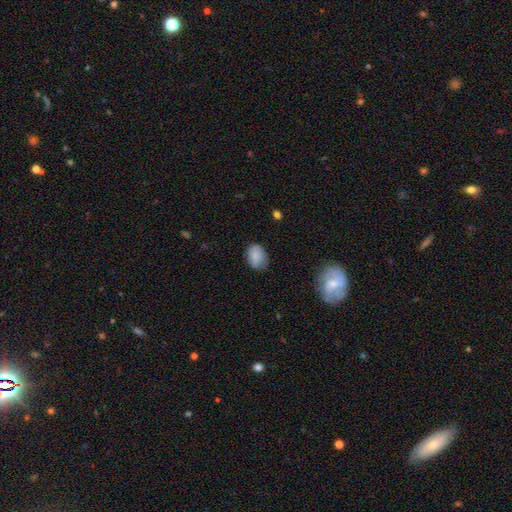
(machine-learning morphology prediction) smooth 82%, featured or disk 9%, star or artifact 8%. Down the decision tree: how rounded — in between (73%); merging — none (65%).